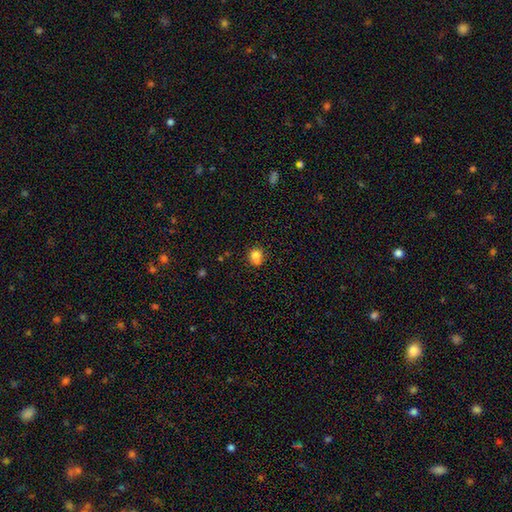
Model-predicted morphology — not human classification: type=smooth (78%); roundness=round (85%); merging=none (61%).